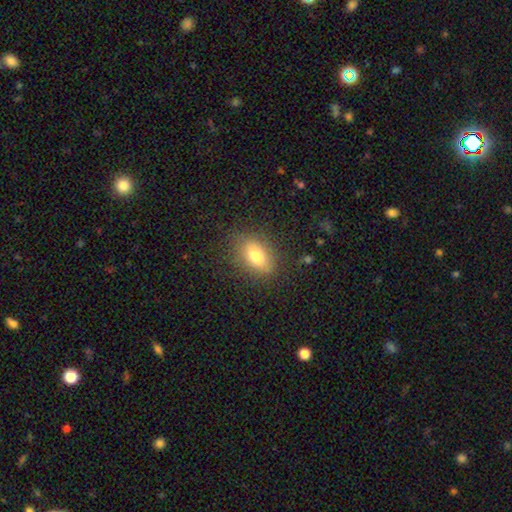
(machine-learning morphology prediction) Smooth or featured? smooth (76%)
How rounded? in between (81%)
Merging? none (81%)